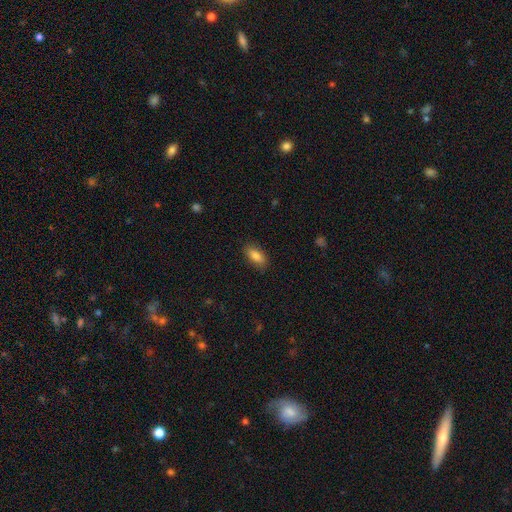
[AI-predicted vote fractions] The model was most divided on "how rounded": in between: 85%, cigar-shaped: 12%, round: 3%. More confident: merging — none (86%); smooth or featured — smooth (85%).